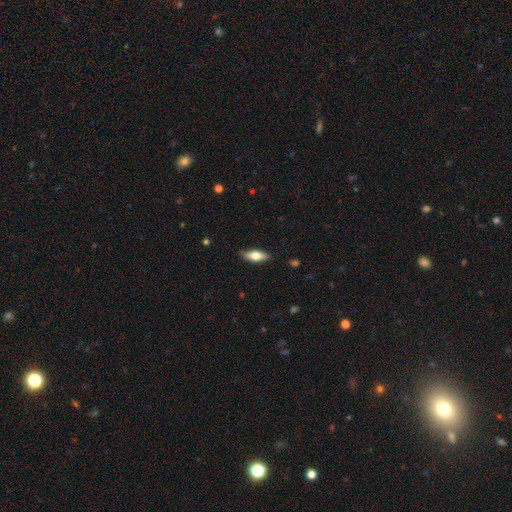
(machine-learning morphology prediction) smooth-or-featured: smooth: 62% | featured or disk: 32% | star or artifact: 6%
  how-rounded: in between: 68% | cigar-shaped: 29% | round: 3%
  merging: none: 83% | minor disturbance: 14% | major disturbance: 2% | merger: 1%